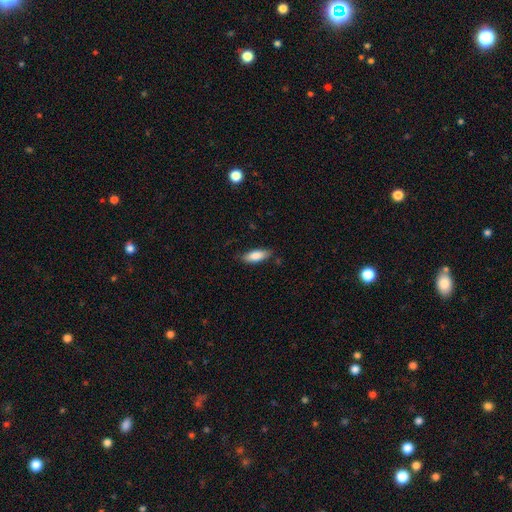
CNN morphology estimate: Smooth or featured? Predicted: smooth (p=0.83). How rounded? Predicted: in between (p=0.72). Merging? Predicted: none (p=0.80).